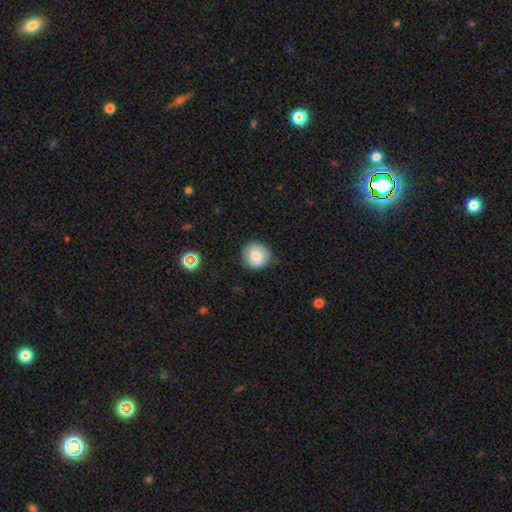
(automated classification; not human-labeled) This is clearly a smooth galaxy (81%). How rounded: clearly round (91%). Merging: clearly none (85%).